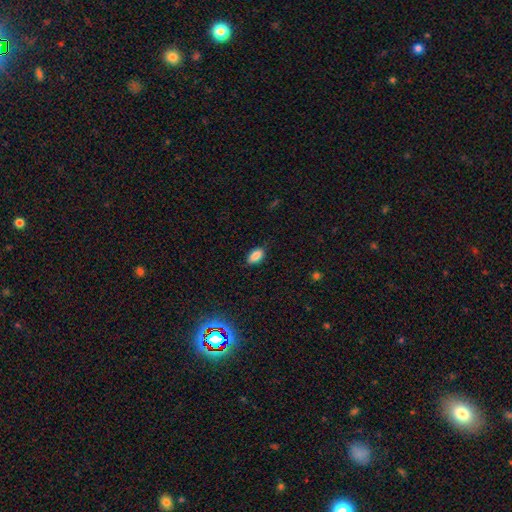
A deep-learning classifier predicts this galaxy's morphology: smooth-or-featured: smooth: 86% | star or artifact: 10% | featured or disk: 5%
  how-rounded: in between: 91% | round: 5% | cigar-shaped: 3%
  merging: none: 83% | minor disturbance: 13% | major disturbance: 3% | merger: 1%